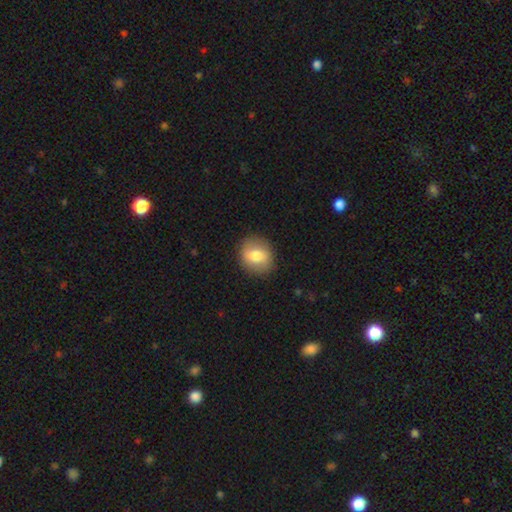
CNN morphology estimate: The model was most divided on "how rounded": round: 70%, in between: 29%, cigar-shaped: 1%. More confident: merging — none (88%); smooth or featured — smooth (73%).